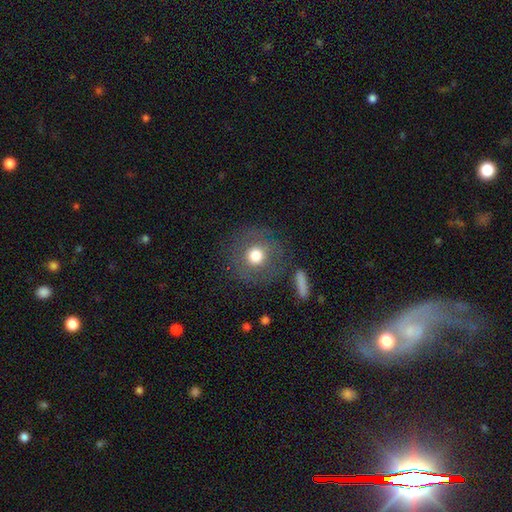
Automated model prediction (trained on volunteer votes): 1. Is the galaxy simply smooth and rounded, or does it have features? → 68% smooth, 21% featured or disk, 11% star or artifact.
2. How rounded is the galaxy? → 92% round, 7% in between, 1% cigar-shaped.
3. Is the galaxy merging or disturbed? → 81% none, 10% minor disturbance, 6% major disturbance, 3% merger.